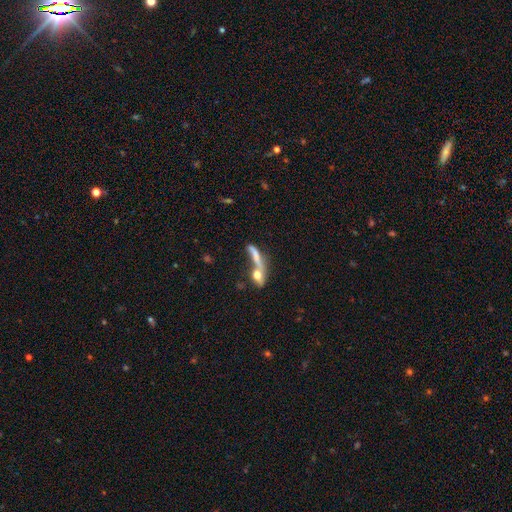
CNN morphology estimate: Smooth or featured? Predicted: smooth (p=0.54). How rounded? Predicted: cigar-shaped (p=0.65). Merging? Predicted: merger (p=0.46).